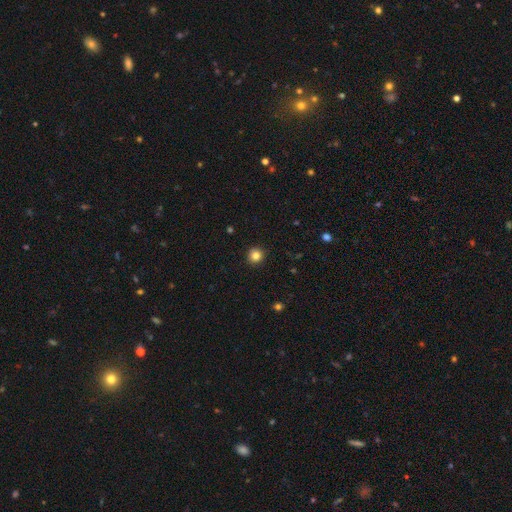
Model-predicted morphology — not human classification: smooth 83%, star or artifact 12%, featured or disk 5%. Down the decision tree: how rounded — round (93%); merging — none (92%).